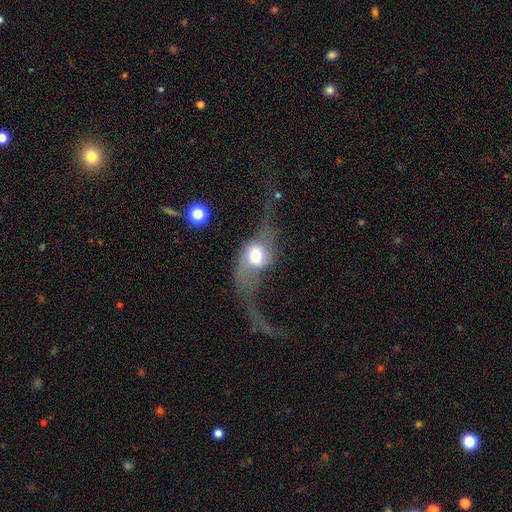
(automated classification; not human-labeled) Smooth or featured? featured or disk (58%)
Edge-on disk? no (62%)
Merging? major disturbance (52%)